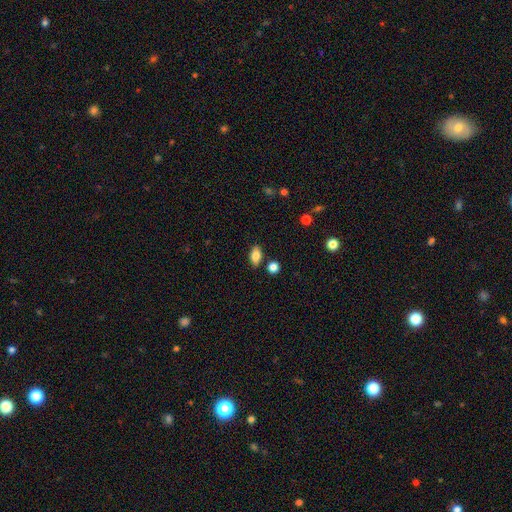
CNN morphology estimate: smooth-or-featured: smooth: 83% | featured or disk: 8% | star or artifact: 8%
  how-rounded: in between: 88% | round: 7% | cigar-shaped: 5%
  merging: none: 83% | minor disturbance: 10% | merger: 4% | major disturbance: 2%